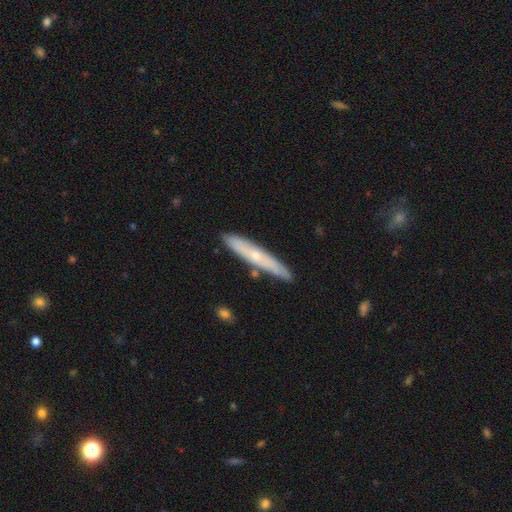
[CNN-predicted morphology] Smooth or featured?
  - featured or disk: 49% *
  - smooth: 45%
  - star or artifact: 6%
Merging?
  - none: 83% *
  - minor disturbance: 12%
  - merger: 3%
  - major disturbance: 2%